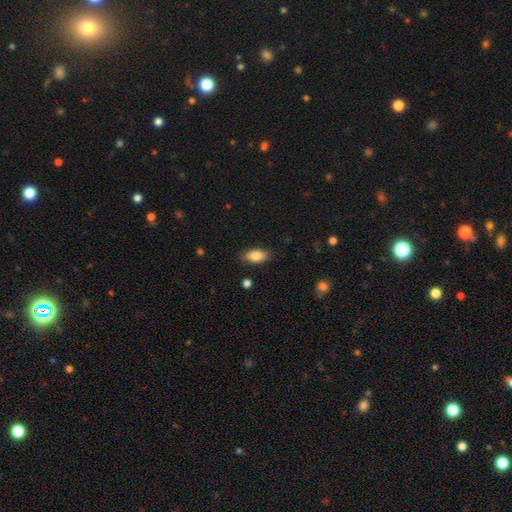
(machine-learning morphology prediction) A smooth galaxy with no disk features (84%) that is in between round and cigar-shaped (91%). Merging: none (86%).